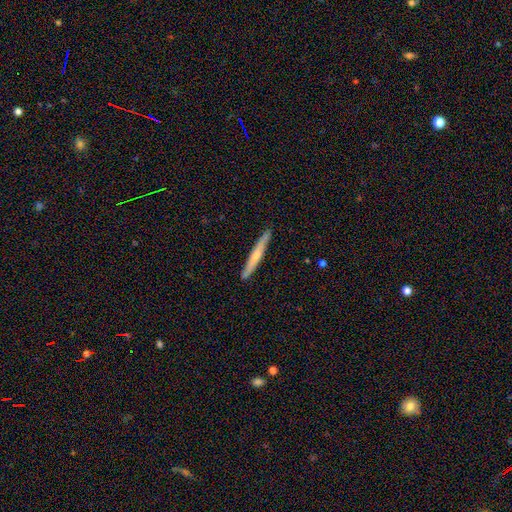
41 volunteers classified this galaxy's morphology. A featured or disk galaxy (59%) viewed edge-on (100%) with a rounded central bulge (62%). Merging: none (93%).